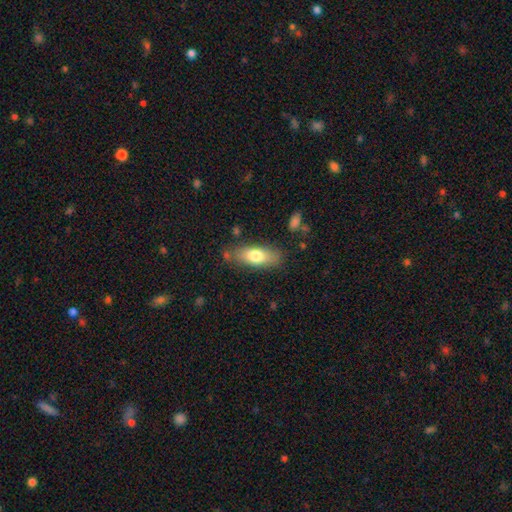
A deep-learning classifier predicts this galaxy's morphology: type=smooth (73%); roundness=in between (71%); merging=none (78%).